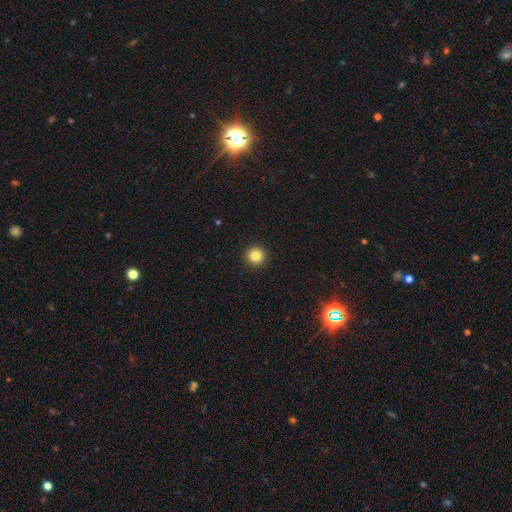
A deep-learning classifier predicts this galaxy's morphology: type=smooth (84%); roundness=round (96%); merging=none (94%).